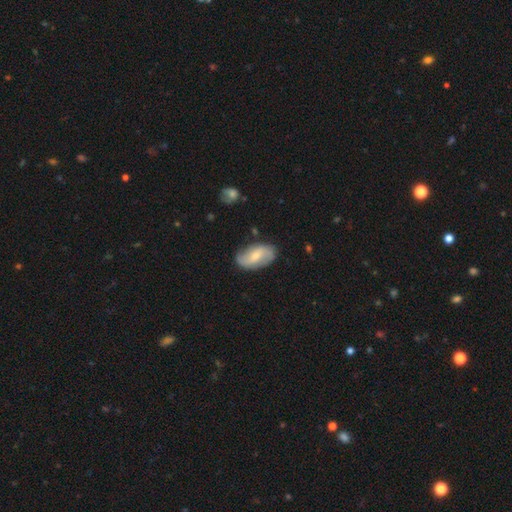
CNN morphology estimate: Overall: featured or disk (59%; smooth 35%). Edge-on disk: no (95%). Bar: weak (48%; no 35%). Spiral arms: yes (86%). Bulge size: small (56%; moderate 37%). Merging: none (79%).